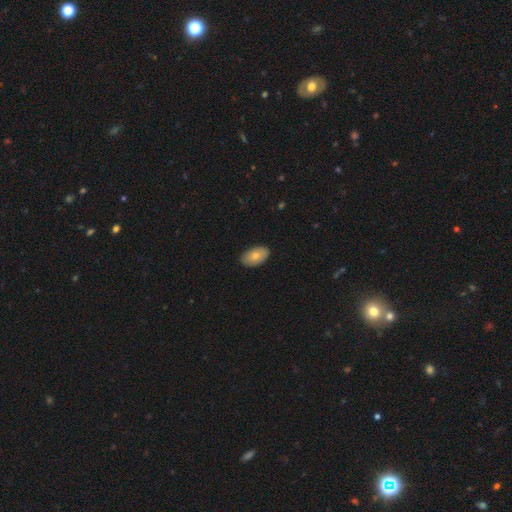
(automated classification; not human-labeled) Overall: smooth (77%). How rounded: in between (93%). Merging: none (87%).